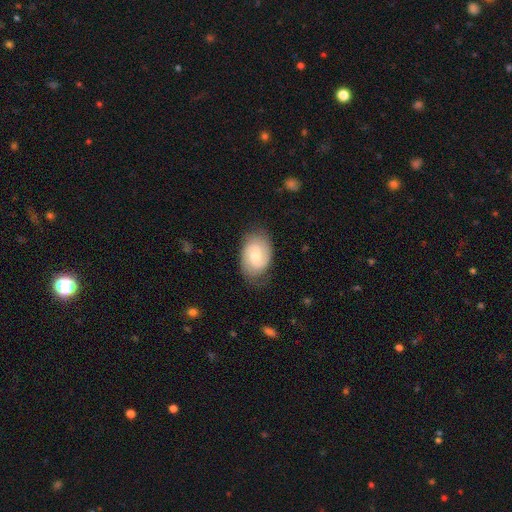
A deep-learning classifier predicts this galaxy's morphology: smooth_or_featured: featured or disk (p=0.67) [alt: smooth p=0.27]
disk_edge_on: no (p=0.97) [alt: yes p=0.03]
bar: weak (p=0.50) [alt: no p=0.43]
has_spiral_arms: yes (p=0.92) [alt: no p=0.08]
spiral_winding: tight (p=0.43) [tied with: medium p=0.43]
spiral_arm_count: 2 (p=0.80) [alt: can't tell p=0.12]
bulge_size: moderate (p=0.52) [alt: small p=0.40]
merging: none (p=0.75) [alt: minor disturbance p=0.18]